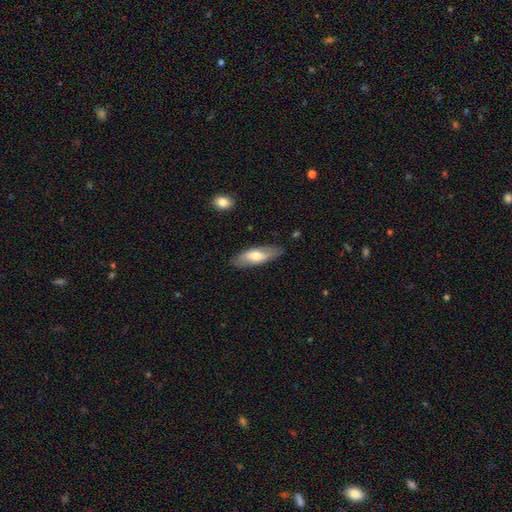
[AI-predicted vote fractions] The model was most divided on "smooth or featured": smooth: 63%, featured or disk: 32%, star or artifact: 6%. More confident: merging — none (83%); how rounded — in between (67%).